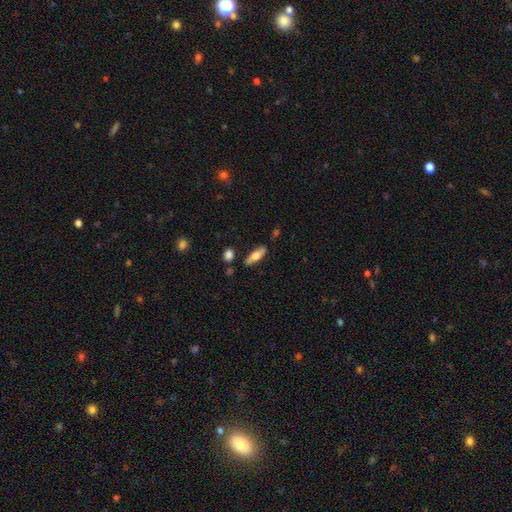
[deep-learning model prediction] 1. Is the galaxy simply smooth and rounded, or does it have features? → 66% smooth, 28% featured or disk, 6% star or artifact.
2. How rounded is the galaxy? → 60% in between, 37% cigar-shaped, 3% round.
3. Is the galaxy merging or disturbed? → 79% none, 14% minor disturbance, 4% merger, 3% major disturbance.